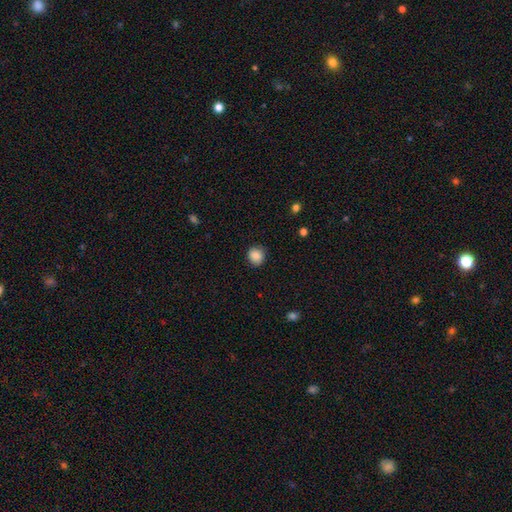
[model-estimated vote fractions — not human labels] smooth-or-featured: smooth: 86% | star or artifact: 9% | featured or disk: 5%
  how-rounded: round: 83% | in between: 16% | cigar-shaped: 1%
  merging: none: 85% | minor disturbance: 11% | major disturbance: 3% | merger: 1%